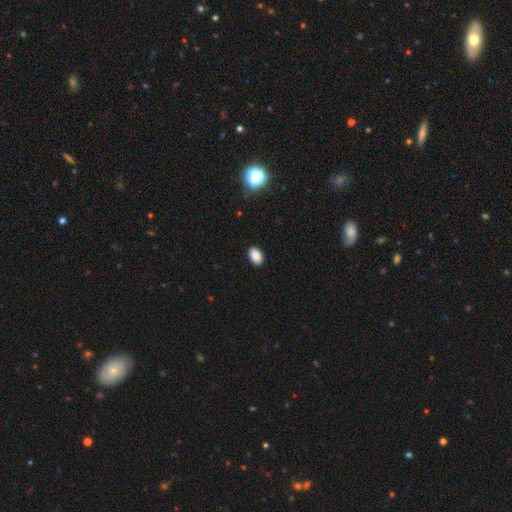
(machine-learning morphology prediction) This appears to be a smooth galaxy with no disk features (87%) that is in between round and cigar-shaped (89%). Merging: none (90%).